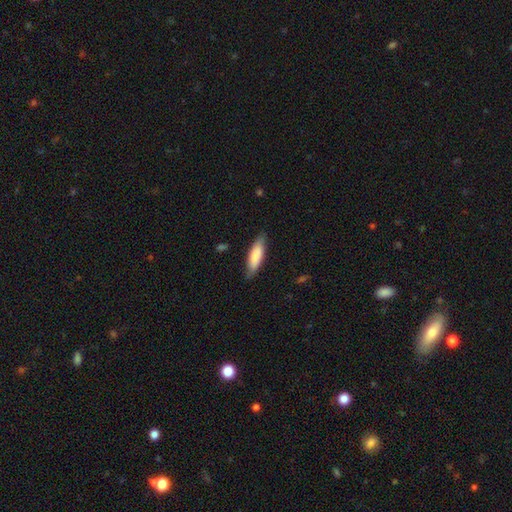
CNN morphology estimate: A smooth galaxy with no disk features (81%) that is cigar-shaped (52%). Merging: none (81%).